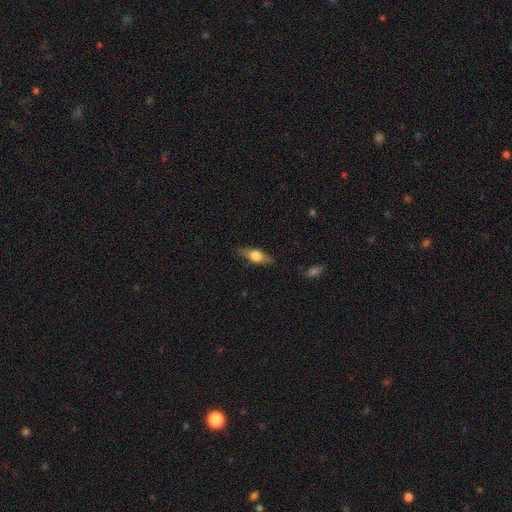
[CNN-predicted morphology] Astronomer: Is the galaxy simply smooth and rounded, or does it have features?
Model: smooth — 53% (runner-up: featured or disk, 41%).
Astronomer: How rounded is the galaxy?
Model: in between — 60% (runner-up: cigar-shaped, 35%).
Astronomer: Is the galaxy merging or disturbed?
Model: none — 83%.